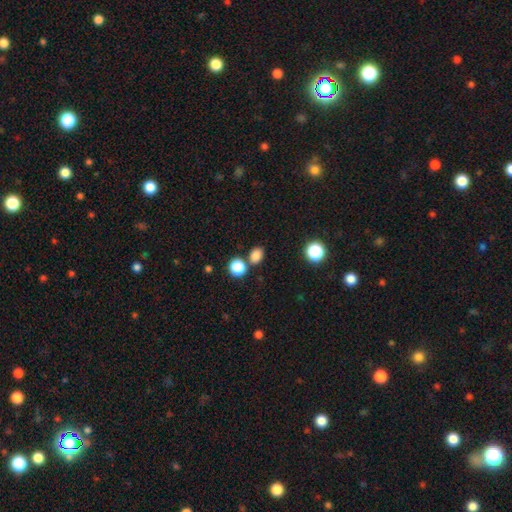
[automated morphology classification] smooth_or_featured: smooth (p=0.82) [alt: star or artifact p=0.14]
how_rounded: in between (p=0.59) [alt: round p=0.40]
merging: none (p=0.72) [alt: merger p=0.15]